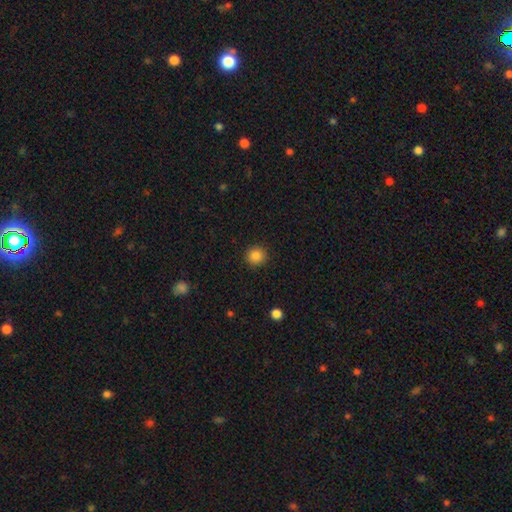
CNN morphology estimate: Q: Smooth or featured?
A: smooth (86%); runner-up: star or artifact (10%)
Q: How rounded?
A: round (92%); runner-up: in between (7%)
Q: Merging?
A: none (91%); runner-up: minor disturbance (6%)